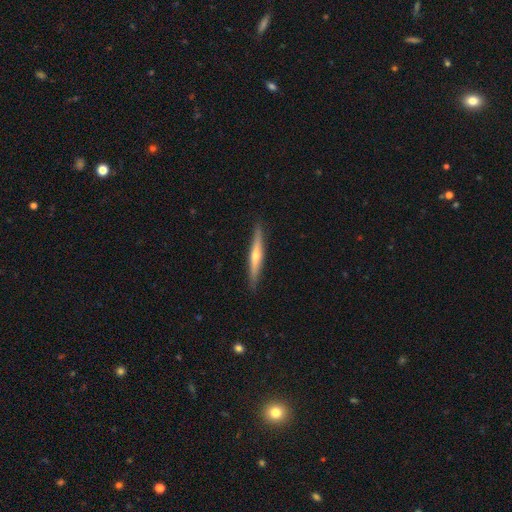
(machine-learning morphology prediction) This is likely a featured or disk galaxy (62%). It is clearly viewed edge-on (96%). Edge-on bulge: likely rounded (79%). Merging: clearly none (89%).